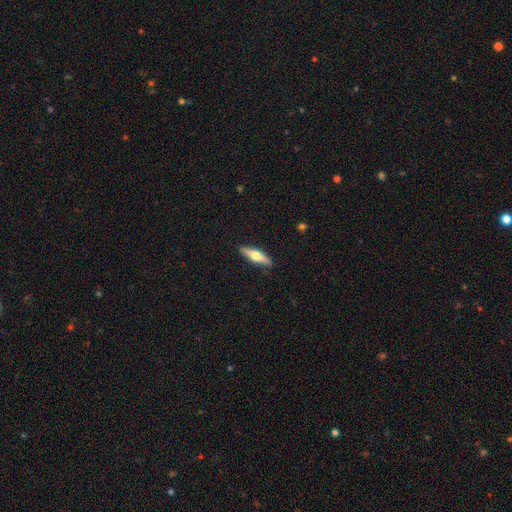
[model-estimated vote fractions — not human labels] A featured or disk galaxy (54%) viewed edge-on (93%). Merging: none (90%).